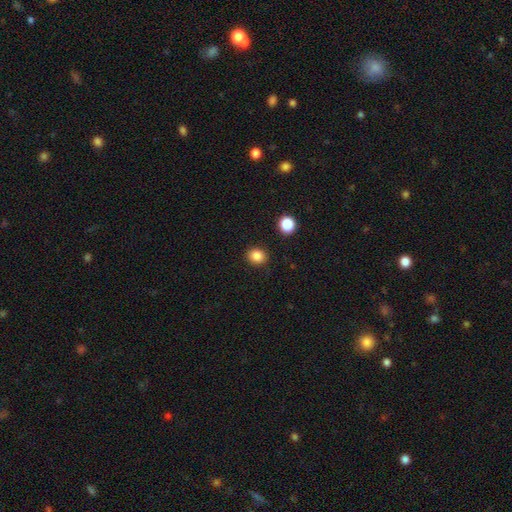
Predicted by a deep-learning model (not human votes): smooth_or_featured: smooth (p=0.85) [alt: star or artifact p=0.11]
how_rounded: round (p=0.72) [alt: in between p=0.27]
merging: none (p=0.89) [alt: minor disturbance p=0.07]